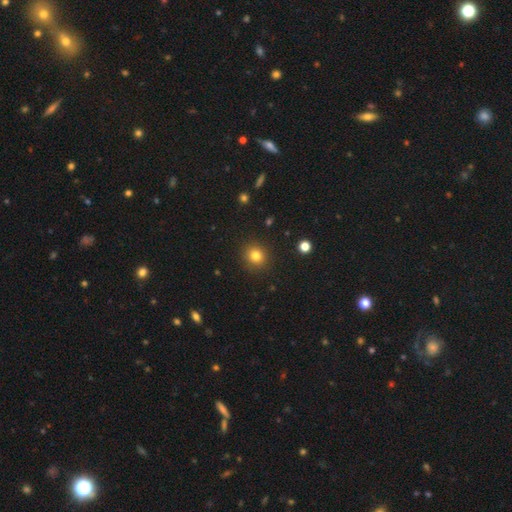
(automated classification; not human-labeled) This appears to be a smooth galaxy with no disk features (81%) that is round (89%). Merging: none (90%).